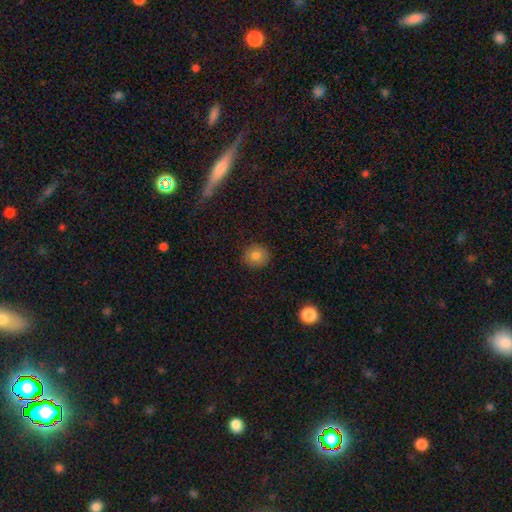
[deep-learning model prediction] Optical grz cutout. It shows a smooth galaxy with no disk features (80%) that is round (89%). Merging: none (90%).